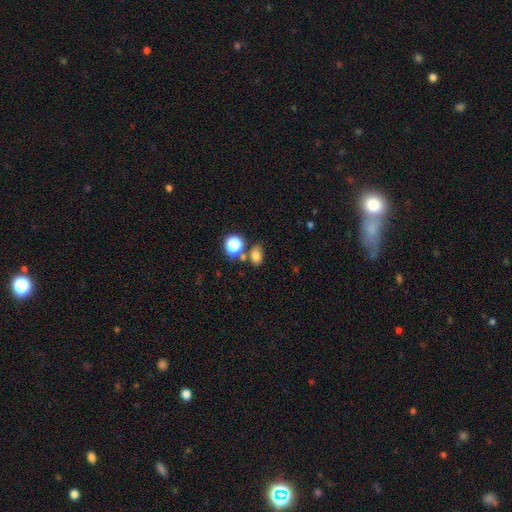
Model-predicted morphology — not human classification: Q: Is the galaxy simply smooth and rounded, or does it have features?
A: smooth — 76%.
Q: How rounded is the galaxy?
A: in between — 70%.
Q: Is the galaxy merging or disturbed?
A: none — 70%.